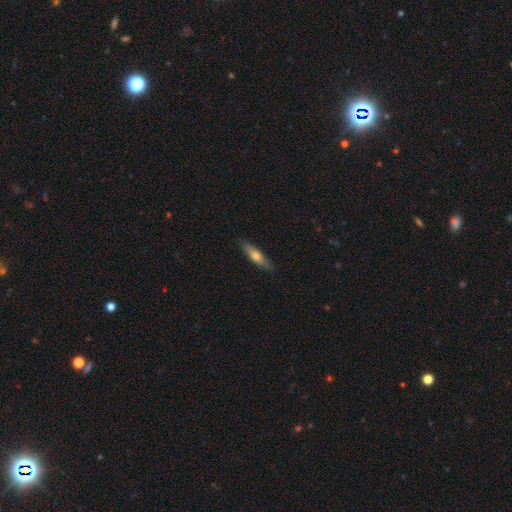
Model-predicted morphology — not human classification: smooth 56%, featured or disk 39%, star or artifact 6%. Down the decision tree: how rounded — cigar-shaped (74%); merging — none (87%).